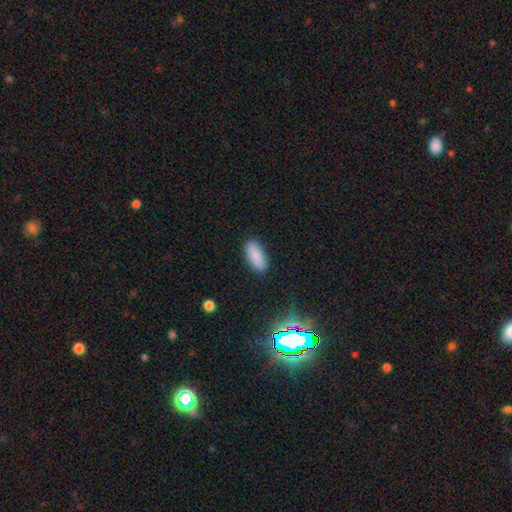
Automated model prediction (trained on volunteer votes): A smooth galaxy with no disk features (88%) that is in between round and cigar-shaped (82%).

Vote fractions:
- Smooth or featured? smooth: 88% / star or artifact: 7% / featured or disk: 5%
- How rounded? in between: 82% / cigar-shaped: 16% / round: 2%
- Merging? none: 86% / minor disturbance: 10% / major disturbance: 2% / merger: 1%